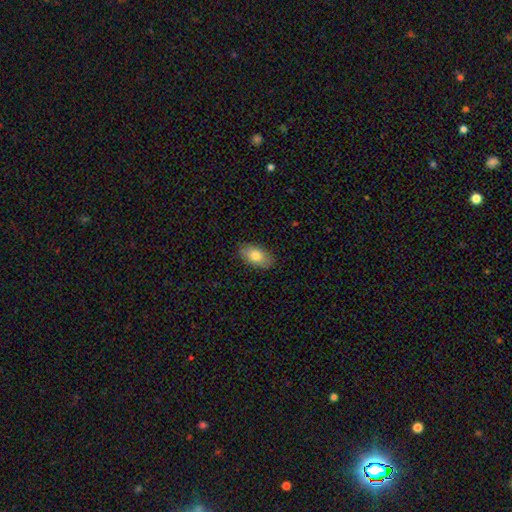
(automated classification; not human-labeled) Overall: smooth (78%). How rounded: in between (92%). Merging: none (86%).